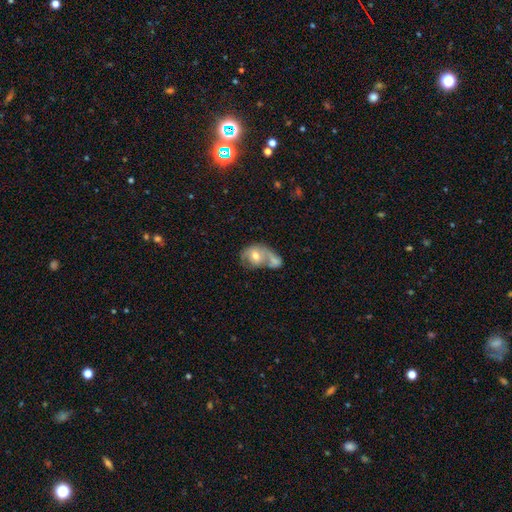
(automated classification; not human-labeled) Overall: smooth (49%; featured or disk 44%). Merging: merger (59%; none 19%).